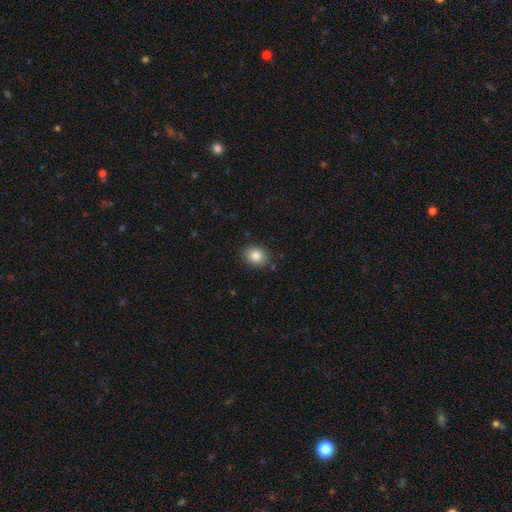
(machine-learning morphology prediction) smooth_or_featured: smooth (p=0.85) [alt: star or artifact p=0.09]
how_rounded: in between (p=0.50) [alt: round p=0.49]
merging: none (p=0.86) [alt: minor disturbance p=0.10]